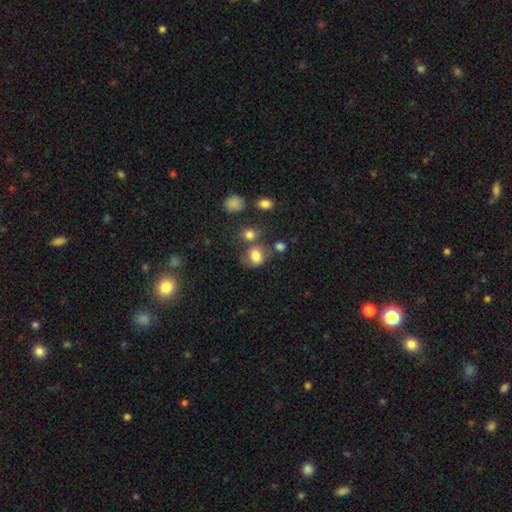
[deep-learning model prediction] Overall: smooth (79%). How rounded: round (63%; in between 36%). Merging: none (54%; merger 21%).